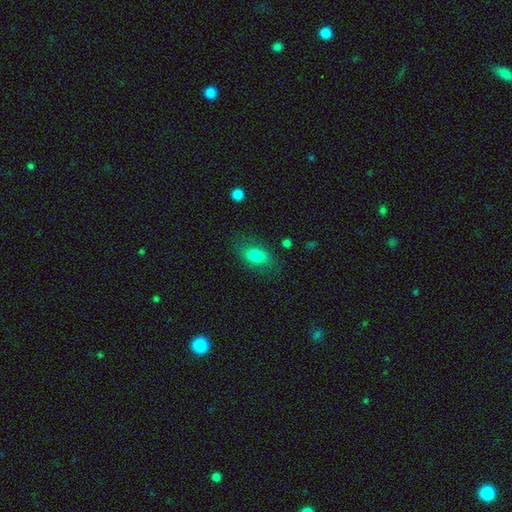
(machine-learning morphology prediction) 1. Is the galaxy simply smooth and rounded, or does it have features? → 79% smooth, 12% featured or disk, 9% star or artifact.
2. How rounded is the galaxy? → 85% in between, 12% round, 3% cigar-shaped.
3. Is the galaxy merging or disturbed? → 75% none, 17% minor disturbance, 6% major disturbance, 2% merger.